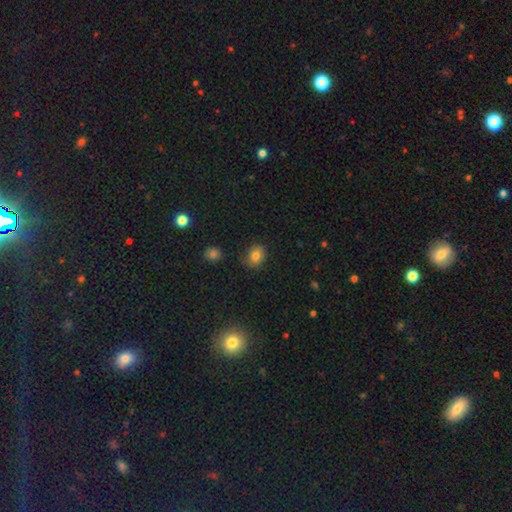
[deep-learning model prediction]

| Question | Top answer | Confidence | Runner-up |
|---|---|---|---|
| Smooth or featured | smooth | 81% | star or artifact (12%) |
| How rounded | round | 61% | in between (38%) |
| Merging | none | 79% | minor disturbance (16%) |